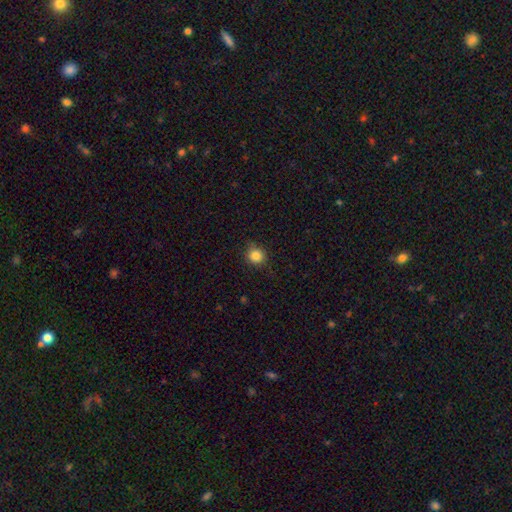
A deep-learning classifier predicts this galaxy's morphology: Smooth or featured?
  - smooth: 84% *
  - star or artifact: 11%
  - featured or disk: 5%
How rounded?
  - round: 89% *
  - in between: 10%
  - cigar-shaped: 1%
Merging?
  - none: 82% *
  - minor disturbance: 14%
  - major disturbance: 3%
  - merger: 1%